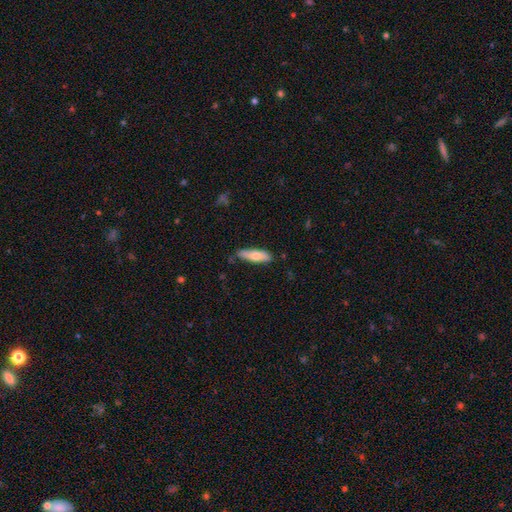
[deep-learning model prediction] A smooth galaxy with no disk features (67%) that is cigar-shaped (58%).

Vote fractions:
- Smooth or featured? smooth: 67% / featured or disk: 27% / star or artifact: 6%
- How rounded? cigar-shaped: 58% / in between: 40% / round: 2%
- Merging? none: 80% / minor disturbance: 16% / major disturbance: 2% / merger: 2%